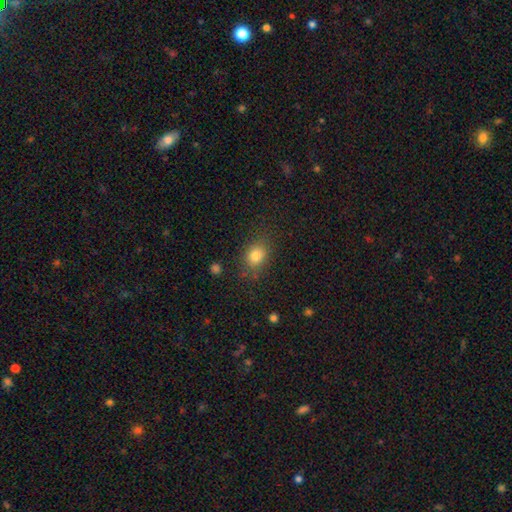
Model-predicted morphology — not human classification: The model was most divided on "how rounded": in between: 56%, round: 43%, cigar-shaped: 1%. More confident: smooth or featured — smooth (80%); merging — none (79%).